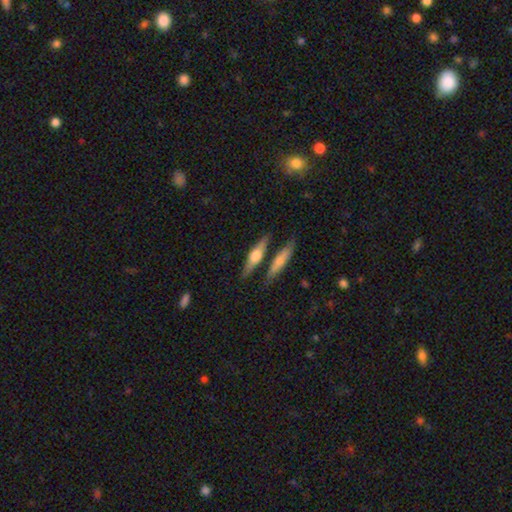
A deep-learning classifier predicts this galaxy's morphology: featured or disk 50%, smooth 45%, star or artifact 6%. Down the decision tree: merging — none (73%).